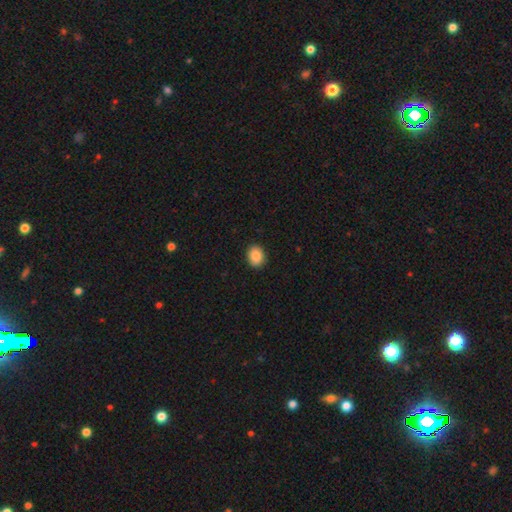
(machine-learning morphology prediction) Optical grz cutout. It shows a smooth galaxy with no disk features (87%) that is round (59%). Merging: none (91%).